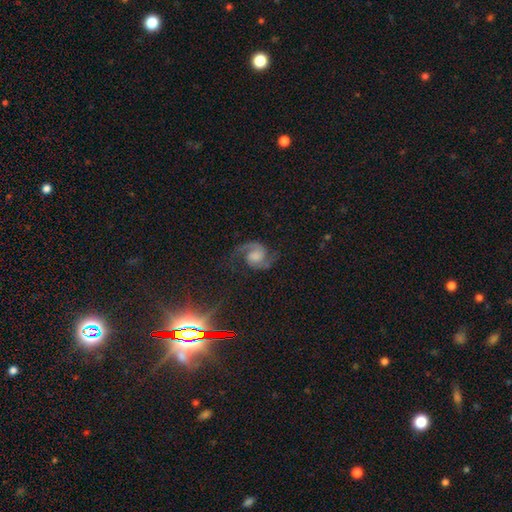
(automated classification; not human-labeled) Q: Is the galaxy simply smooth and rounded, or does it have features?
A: featured or disk — 88%.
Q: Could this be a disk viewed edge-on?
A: no — 98%.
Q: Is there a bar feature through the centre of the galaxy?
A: no — 60%.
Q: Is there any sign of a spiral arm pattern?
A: yes — 98%.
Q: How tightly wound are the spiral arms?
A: medium — 55%.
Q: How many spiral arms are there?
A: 2 — 94%.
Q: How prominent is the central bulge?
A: none — 32%.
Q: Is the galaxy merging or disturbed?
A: none — 76%.